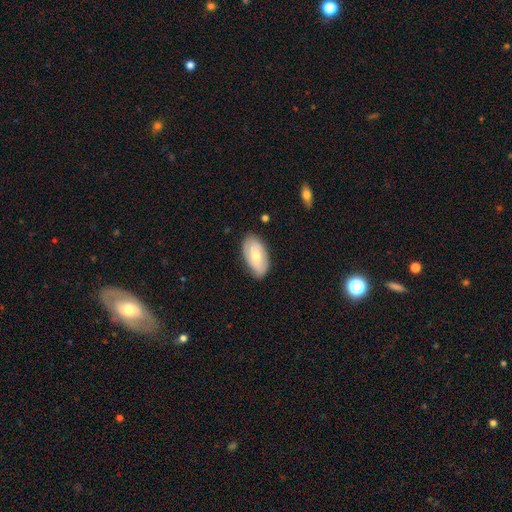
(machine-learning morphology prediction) Smooth or featured?
  - smooth: 64% *
  - featured or disk: 30%
  - star or artifact: 6%
How rounded?
  - in between: 94% *
  - round: 3%
  - cigar-shaped: 3%
Merging?
  - none: 81% *
  - minor disturbance: 15%
  - major disturbance: 3%
  - merger: 1%